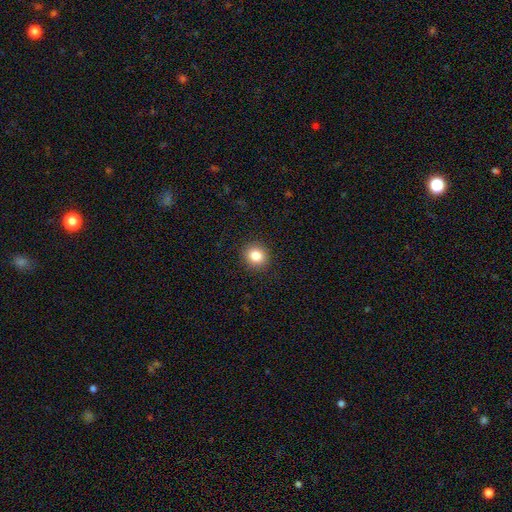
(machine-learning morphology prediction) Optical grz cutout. It shows a smooth galaxy with no disk features (84%) that is round (85%). Merging: none (91%).